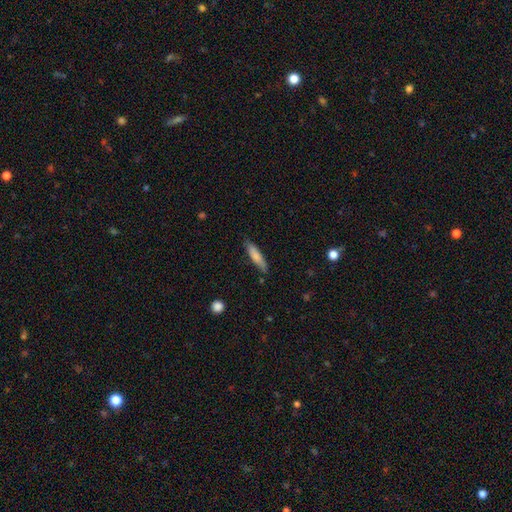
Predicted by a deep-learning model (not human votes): Smooth or featured?
  - smooth: 78% *
  - featured or disk: 16%
  - star or artifact: 6%
How rounded?
  - cigar-shaped: 78% *
  - in between: 21%
  - round: 1%
Merging?
  - none: 80% *
  - minor disturbance: 16%
  - major disturbance: 3%
  - merger: 2%